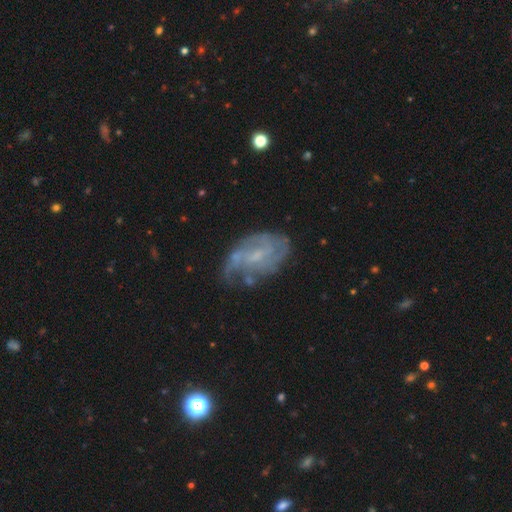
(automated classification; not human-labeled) Q: Smooth or featured?
A: featured or disk (72%); runner-up: smooth (18%)
Q: Edge-on disk?
A: no (96%); runner-up: yes (4%)
Q: Bar?
A: weak (47%); runner-up: no (44%)
Q: Spiral arms?
A: yes (80%); runner-up: no (20%)
Q: Spiral winding?
A: tight (40%); runner-up: medium (39%)
Q: Spiral arm count?
A: can't tell (46%); runner-up: 2 (25%)
Q: Bulge size?
A: small (60%); runner-up: moderate (20%)
Q: Merging?
A: none (55%); runner-up: minor disturbance (26%)